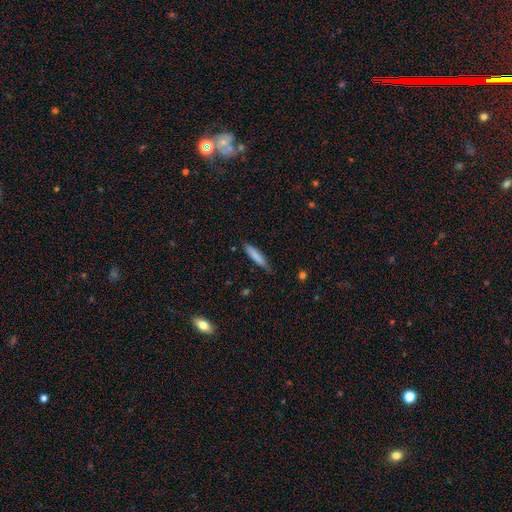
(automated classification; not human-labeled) Q: Smooth or featured?
A: smooth (82%); runner-up: featured or disk (12%)
Q: How rounded?
A: cigar-shaped (86%); runner-up: in between (13%)
Q: Merging?
A: none (78%); runner-up: minor disturbance (18%)